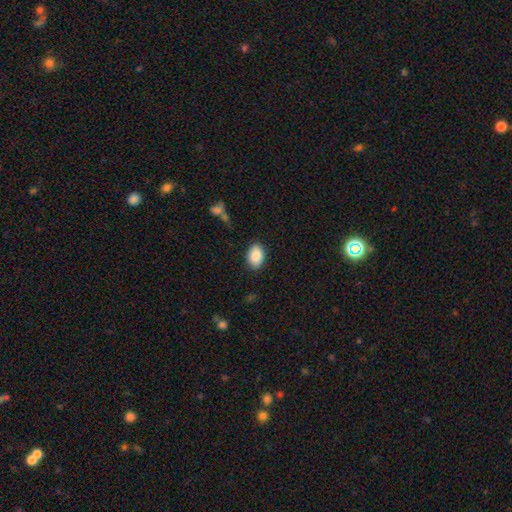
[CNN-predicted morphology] Overall: smooth (87%). How rounded: in between (88%). Merging: none (87%).